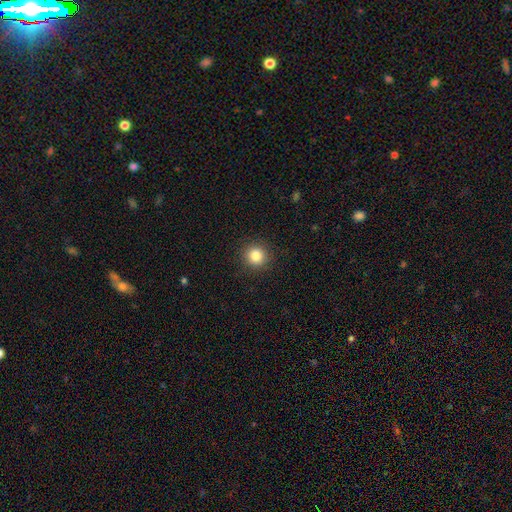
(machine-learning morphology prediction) Smooth or featured?
  - smooth: 85% *
  - star or artifact: 11%
  - featured or disk: 5%
How rounded?
  - round: 93% *
  - in between: 6%
  - cigar-shaped: 1%
Merging?
  - none: 91% *
  - minor disturbance: 6%
  - major disturbance: 2%
  - merger: 1%